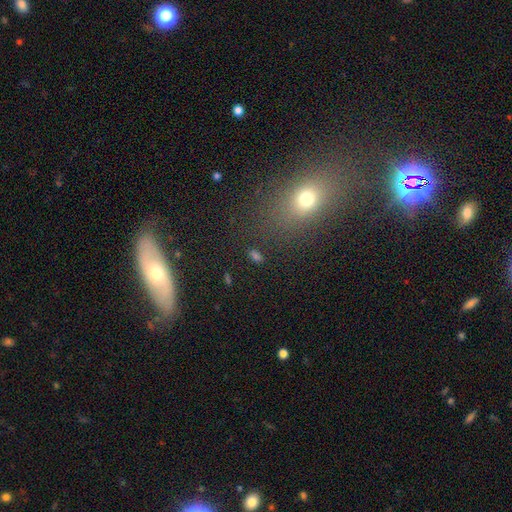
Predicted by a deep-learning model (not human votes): smooth-or-featured: smooth: 62% | star or artifact: 26% | featured or disk: 12%
  how-rounded: in between: 70% | round: 22% | cigar-shaped: 8%
  merging: none: 79% | minor disturbance: 11% | major disturbance: 5% | merger: 5%